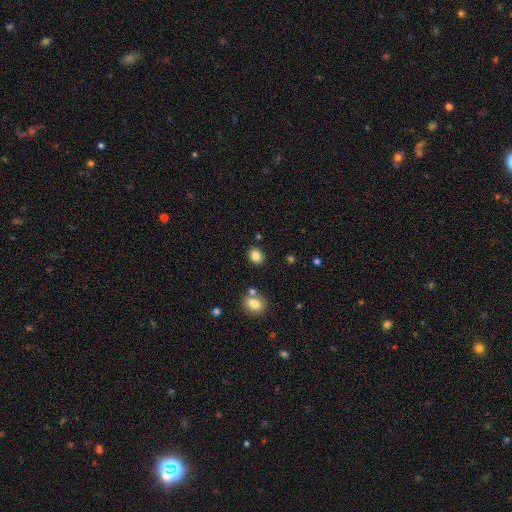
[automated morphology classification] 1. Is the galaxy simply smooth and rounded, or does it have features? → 83% smooth, 10% star or artifact, 7% featured or disk.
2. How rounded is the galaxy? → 57% round, 42% in between, 1% cigar-shaped.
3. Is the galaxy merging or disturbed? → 84% none, 9% minor disturbance, 5% merger, 2% major disturbance.